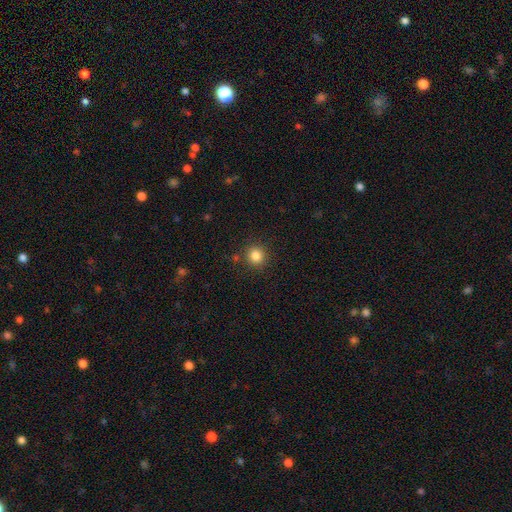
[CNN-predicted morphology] Smooth or featured? smooth (83%)
How rounded? round (92%)
Merging? none (88%)